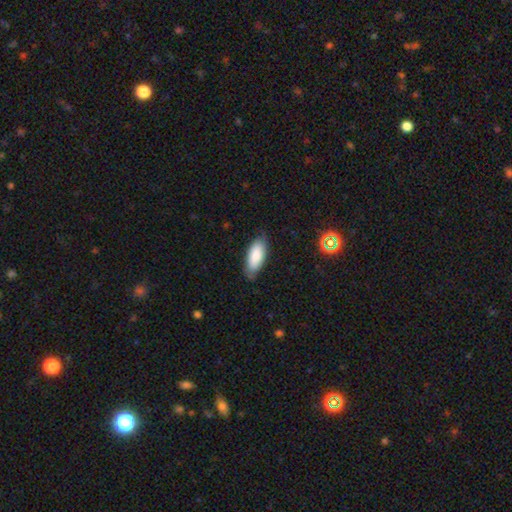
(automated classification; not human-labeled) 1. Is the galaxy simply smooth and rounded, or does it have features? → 83% smooth, 11% featured or disk, 6% star or artifact.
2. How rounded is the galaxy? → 84% in between, 14% cigar-shaped, 2% round.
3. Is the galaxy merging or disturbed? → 77% none, 18% minor disturbance, 3% major disturbance, 1% merger.